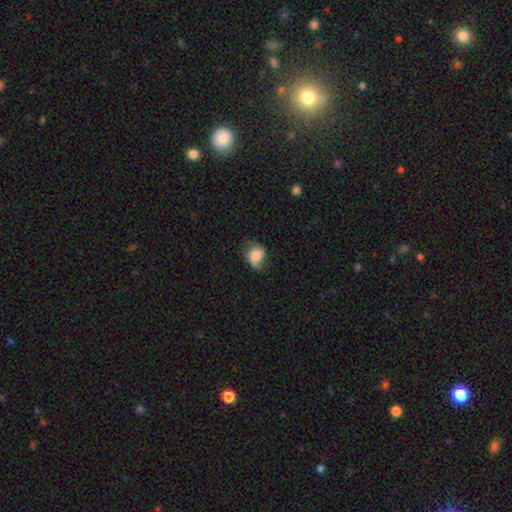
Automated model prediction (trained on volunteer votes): This appears to be a smooth galaxy with no disk features (56%) that is in between round and cigar-shaped (52%). Merging: none (46%).